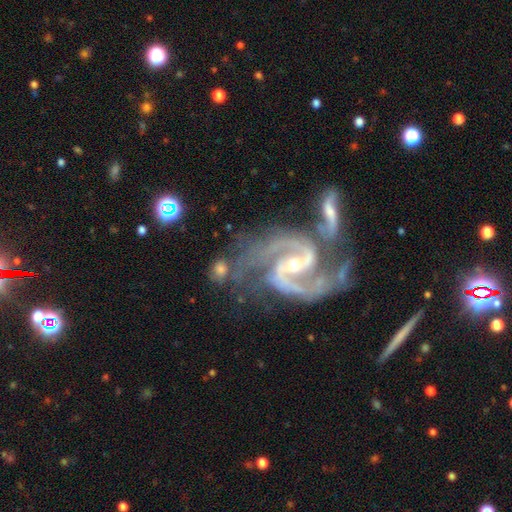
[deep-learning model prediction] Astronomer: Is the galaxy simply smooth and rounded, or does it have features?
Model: featured or disk — 93%.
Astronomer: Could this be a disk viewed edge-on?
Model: no — 98%.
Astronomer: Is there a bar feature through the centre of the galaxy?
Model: weak — 40%, tied with strong at 40%.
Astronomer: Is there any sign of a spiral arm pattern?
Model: yes — 99%.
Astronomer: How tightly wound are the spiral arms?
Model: medium — 61%.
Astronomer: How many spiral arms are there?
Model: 2 — 91%.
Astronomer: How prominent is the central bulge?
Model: small — 60% (runner-up: moderate, 37%).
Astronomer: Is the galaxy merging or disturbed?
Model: none — 42% (runner-up: merger, 28%).